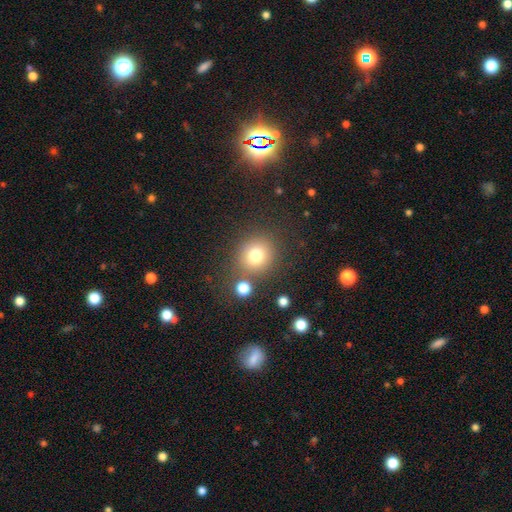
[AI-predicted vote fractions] Overall: smooth (77%). How rounded: round (85%). Merging: none (77%).